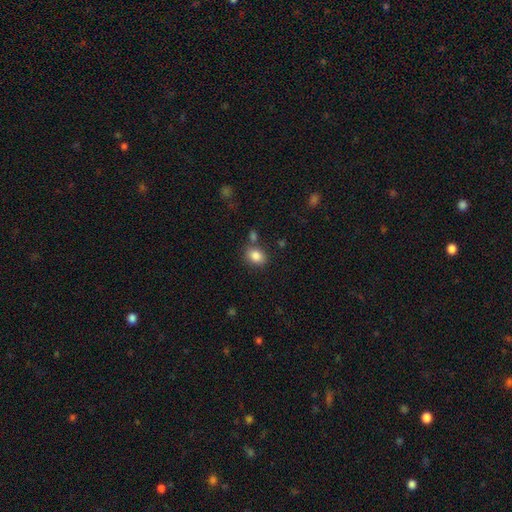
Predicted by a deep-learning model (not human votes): A smooth galaxy with no disk features (85%) that is in between round and cigar-shaped (67%).

Vote fractions:
- Smooth or featured? smooth: 85% / star or artifact: 9% / featured or disk: 6%
- How rounded? in between: 67% / round: 31% / cigar-shaped: 1%
- Merging? none: 71% / minor disturbance: 13% / merger: 12% / major disturbance: 4%